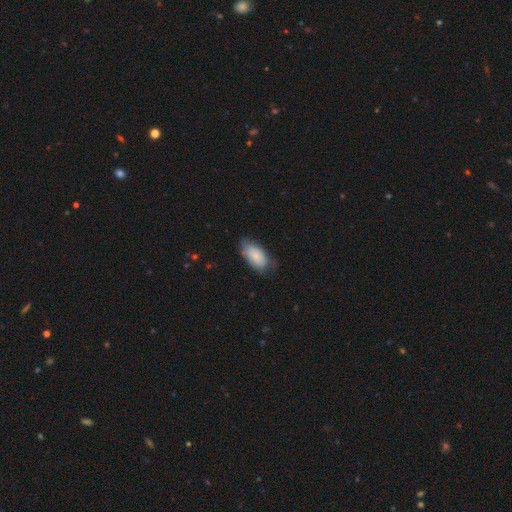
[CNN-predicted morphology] Smooth or featured? smooth (84%)
How rounded? in between (93%)
Merging? none (66%)